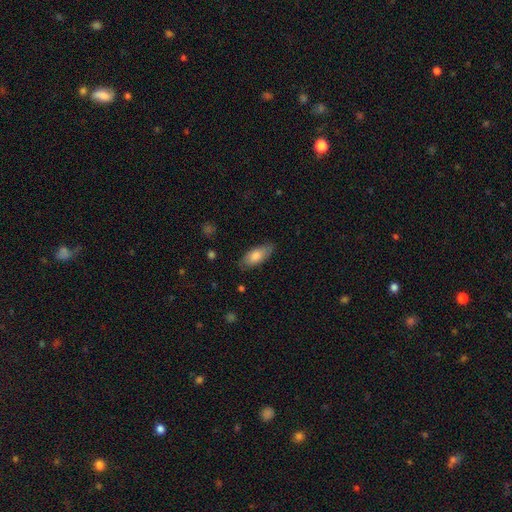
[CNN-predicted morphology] Smooth or featured? smooth (79%)
How rounded? in between (85%)
Merging? none (80%)